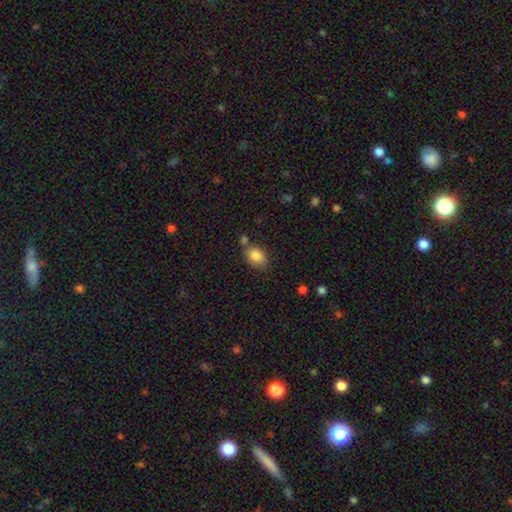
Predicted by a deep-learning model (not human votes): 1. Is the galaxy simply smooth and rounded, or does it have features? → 85% smooth, 8% star or artifact, 6% featured or disk.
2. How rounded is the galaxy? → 71% in between, 27% round, 1% cigar-shaped.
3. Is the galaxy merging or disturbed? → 68% none, 17% minor disturbance, 11% merger, 4% major disturbance.